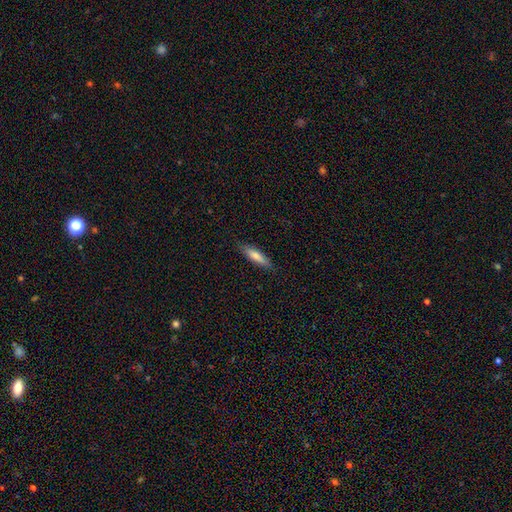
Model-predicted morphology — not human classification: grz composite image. It shows a smooth galaxy with no disk features (74%) that is cigar-shaped (71%). Merging: none (85%).